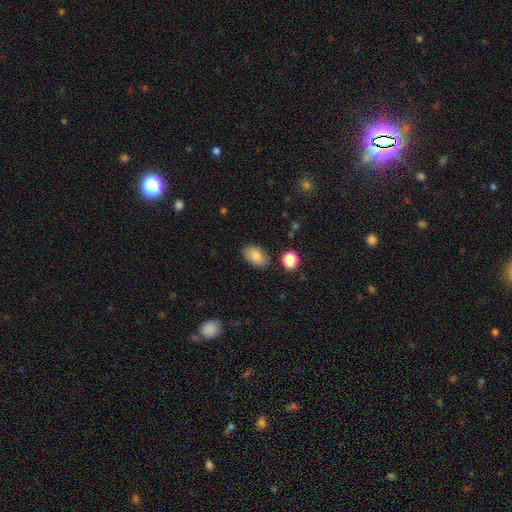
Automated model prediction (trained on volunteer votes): smooth_or_featured: smooth (p=0.82) [alt: featured or disk p=0.09]
how_rounded: in between (p=0.89) [alt: round p=0.09]
merging: none (p=0.83) [alt: minor disturbance p=0.11]